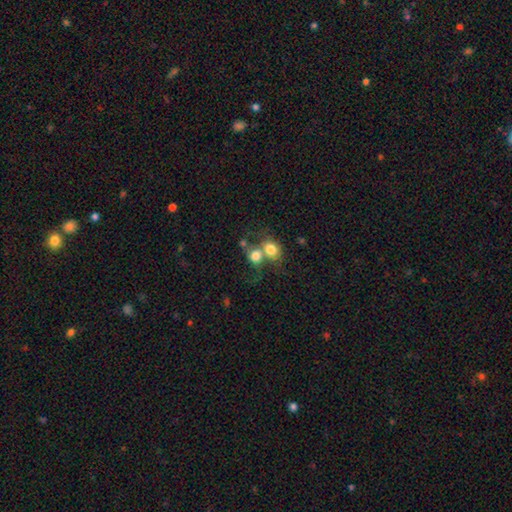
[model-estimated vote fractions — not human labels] smooth-or-featured: smooth: 75% | featured or disk: 15% | star or artifact: 9%
  how-rounded: round: 65% | in between: 34% | cigar-shaped: 1%
  merging: merger: 63% | none: 23% | minor disturbance: 7% | major disturbance: 6%